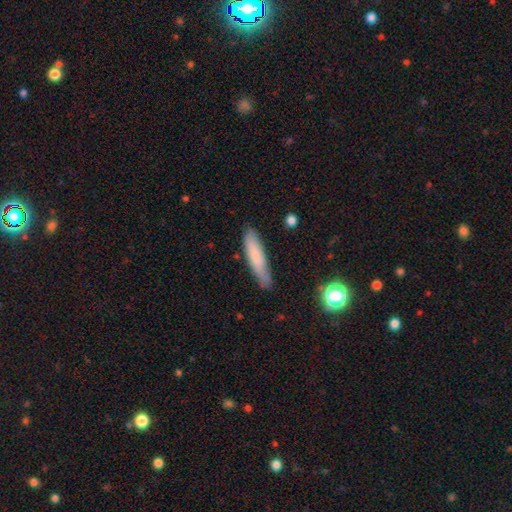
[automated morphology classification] Smooth or featured: smooth — 75% (featured or disk — 18%)
How rounded: cigar-shaped — 84% (in between — 15%)
Merging: none — 75% (minor disturbance — 19%)